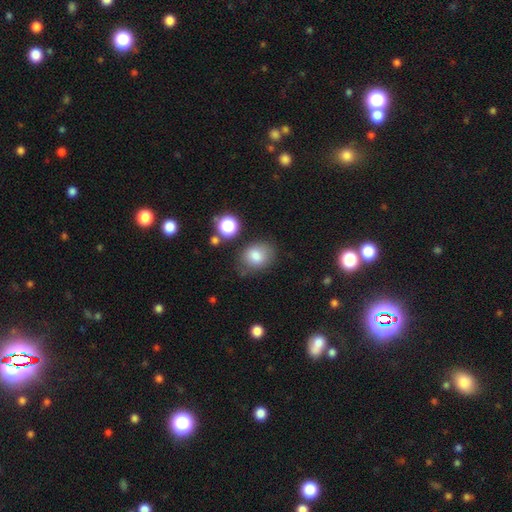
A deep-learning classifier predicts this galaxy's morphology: A smooth galaxy with no disk features (81%) that is in between round and cigar-shaped (54%). Merging: none (70%).